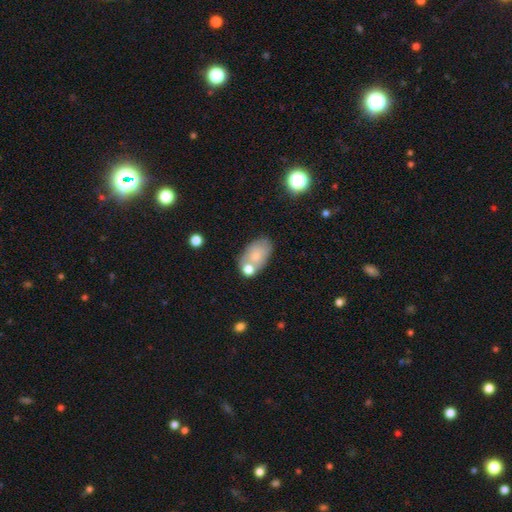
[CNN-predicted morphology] Overall: smooth (71%). How rounded: in between (90%). Merging: none (51%; merger 26%).